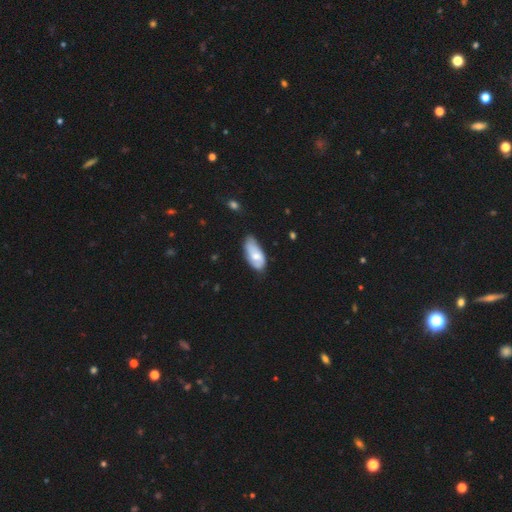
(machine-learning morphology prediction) A smooth galaxy with no disk features (63%) that is in between round and cigar-shaped (89%).

Vote fractions:
- Smooth or featured? smooth: 63% / featured or disk: 32% / star or artifact: 6%
- How rounded? in between: 89% / cigar-shaped: 9% / round: 2%
- Merging? none: 57% / minor disturbance: 34% / major disturbance: 7% / merger: 2%